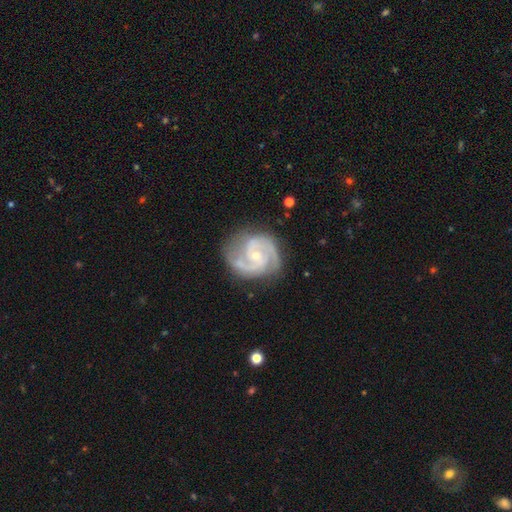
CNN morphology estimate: This is clearly a featured or disk galaxy (91%). It is clearly not viewed edge-on (98%). Bar: likely no (60%). Spiral arm pattern: clearly yes (98%). Spiral arm count: likely 2 (67%). Spiral winding: possibly medium (51%). Central bulge: likely small (71%). Merging: likely none (74%).